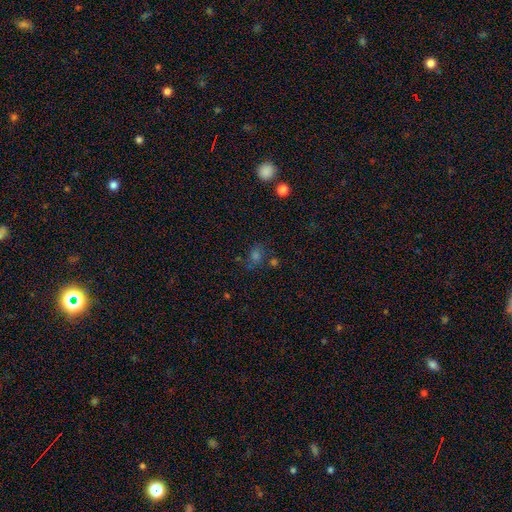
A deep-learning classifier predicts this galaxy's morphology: Q: Smooth or featured?
A: smooth (53%); runner-up: star or artifact (32%)
Q: How rounded?
A: round (56%); runner-up: in between (42%)
Q: Merging?
A: none (66%); runner-up: minor disturbance (17%)